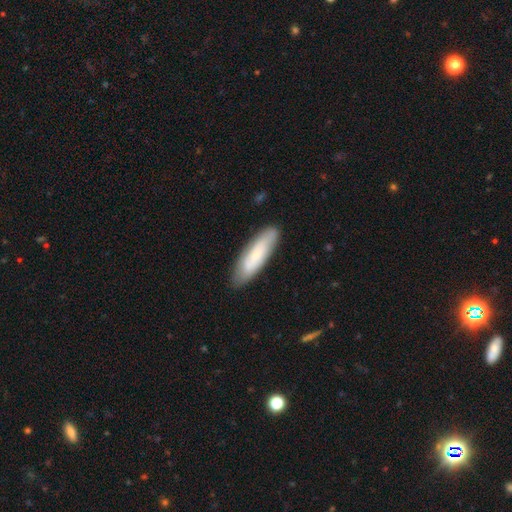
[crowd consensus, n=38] Smooth or featured? 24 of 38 (63%) said smooth. How rounded? 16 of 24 (67%) said cigar-shaped. Merging? 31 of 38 (82%) said none.